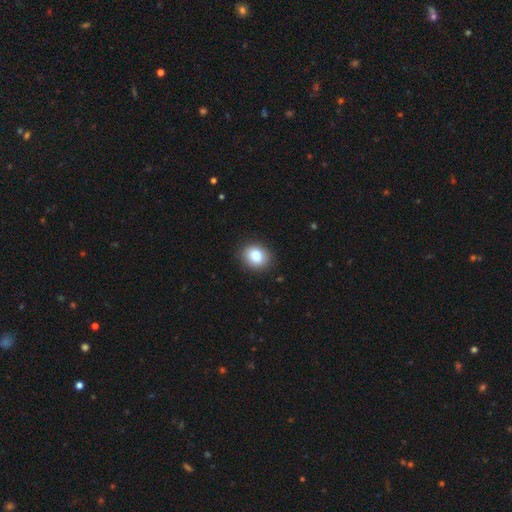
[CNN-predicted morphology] smooth-or-featured: smooth: 86% | star or artifact: 8% | featured or disk: 5%
  how-rounded: round: 56% | in between: 43% | cigar-shaped: 1%
  merging: none: 84% | minor disturbance: 12% | major disturbance: 3% | merger: 1%